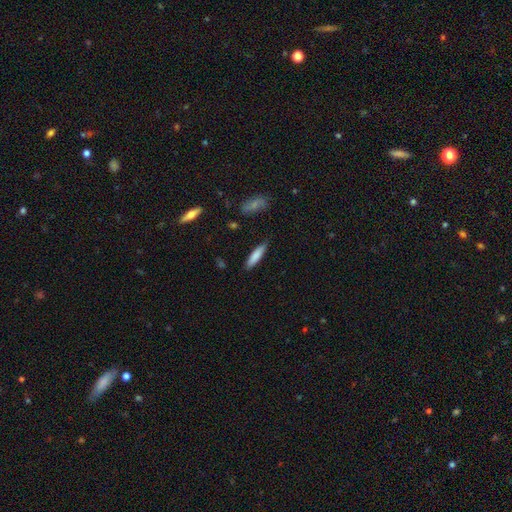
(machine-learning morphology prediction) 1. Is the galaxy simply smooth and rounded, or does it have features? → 81% smooth, 13% featured or disk, 6% star or artifact.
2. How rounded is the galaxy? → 73% cigar-shaped, 26% in between, 1% round.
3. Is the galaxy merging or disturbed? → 83% none, 13% minor disturbance, 2% major disturbance, 2% merger.